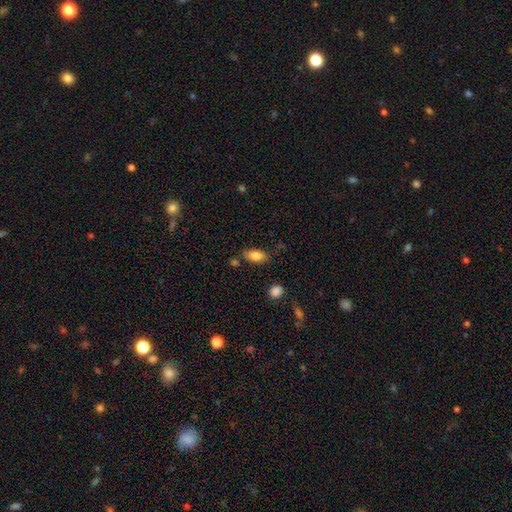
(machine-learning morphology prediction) Smooth or featured: smooth — 82% (featured or disk — 11%)
How rounded: in between — 87% (cigar-shaped — 10%)
Merging: none — 76% (minor disturbance — 15%)